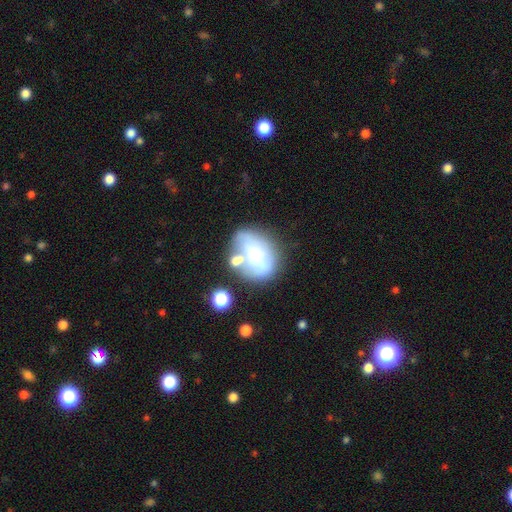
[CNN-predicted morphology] This appears to be a smooth galaxy with no disk features (46%). Merging: none (44%).